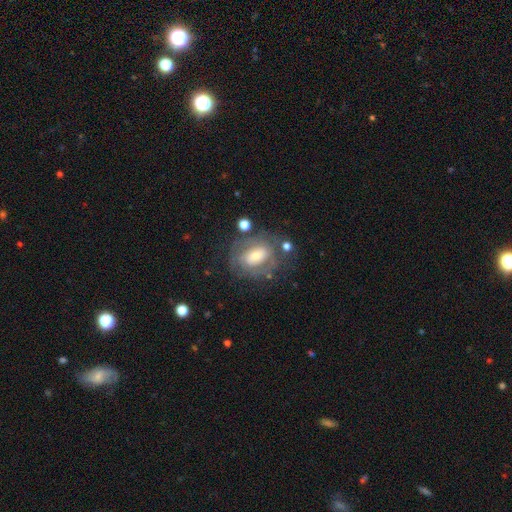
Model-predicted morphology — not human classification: smooth-or-featured: featured or disk: 65% | smooth: 28% | star or artifact: 8%
  disk-edge-on: no: 95% | yes: 5%
    bar: no: 49% | weak: 36% | strong: 15%
    has-spiral-arms: yes: 62% | no: 38%
    bulge-size: moderate: 51% | small: 35% | large: 11% | none: 2% | dominant: 2%
  merging: none: 66% | minor disturbance: 18% | major disturbance: 12% | merger: 4%